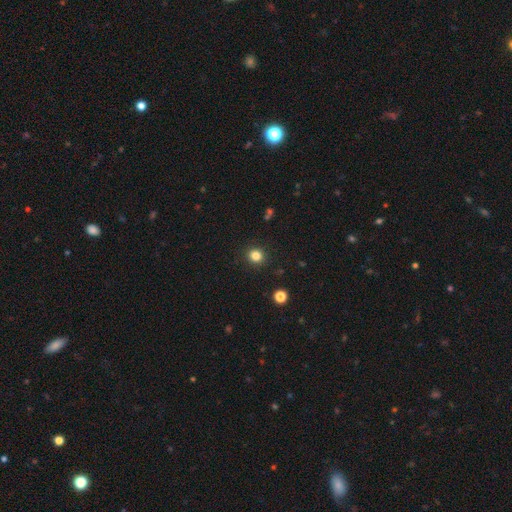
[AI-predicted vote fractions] A smooth galaxy with no disk features (83%) that is round (86%).

Vote fractions:
- Smooth or featured? smooth: 83% / star or artifact: 13% / featured or disk: 5%
- How rounded? round: 86% / in between: 13% / cigar-shaped: 1%
- Merging? none: 91% / minor disturbance: 6% / major disturbance: 2% / merger: 1%